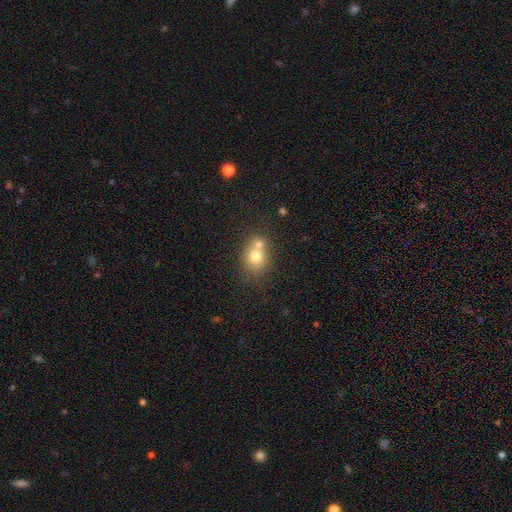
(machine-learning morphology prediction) This is likely a smooth galaxy (72%). How rounded: likely round (71%). Merging: possibly merger (49%).